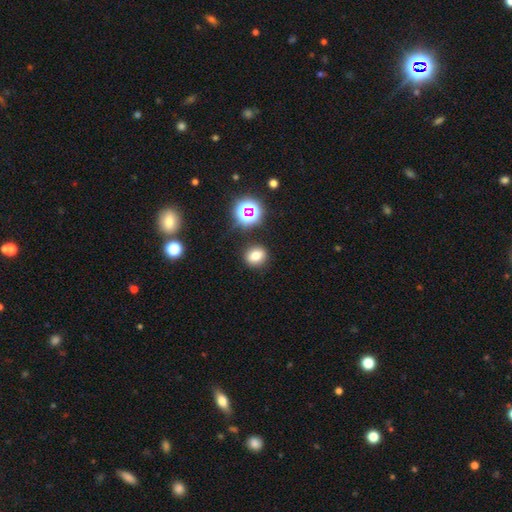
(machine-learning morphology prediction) A smooth galaxy with no disk features (73%) that is round (70%). Merging: none (87%).